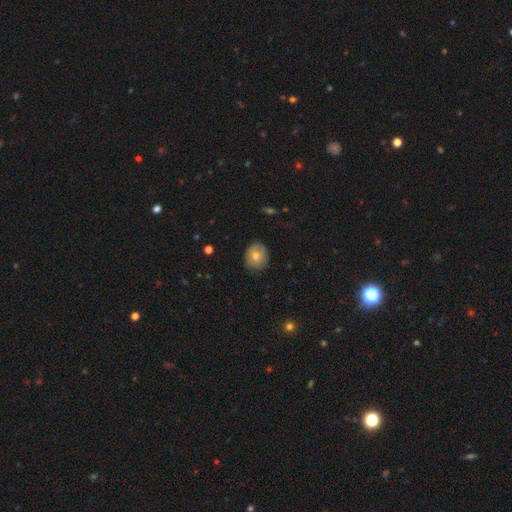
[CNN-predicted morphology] Overall: smooth (65%; featured or disk 26%). How rounded: round (66%; in between 33%). Merging: none (80%).